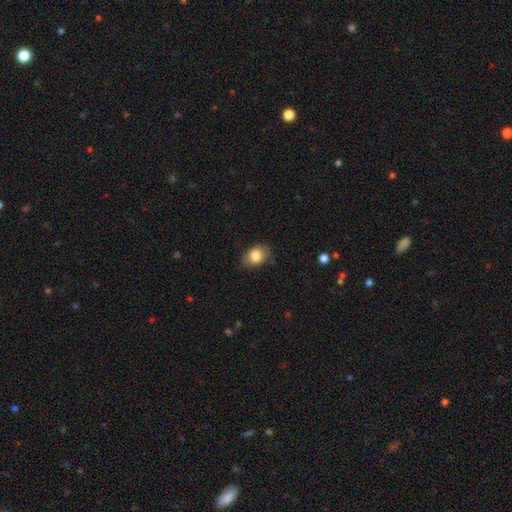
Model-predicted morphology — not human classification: A smooth galaxy with no disk features (84%) that is in between round and cigar-shaped (70%).

Vote fractions:
- Smooth or featured? smooth: 84% / featured or disk: 8% / star or artifact: 8%
- How rounded? in between: 70% / round: 29% / cigar-shaped: 1%
- Merging? none: 81% / minor disturbance: 15% / major disturbance: 3% / merger: 1%